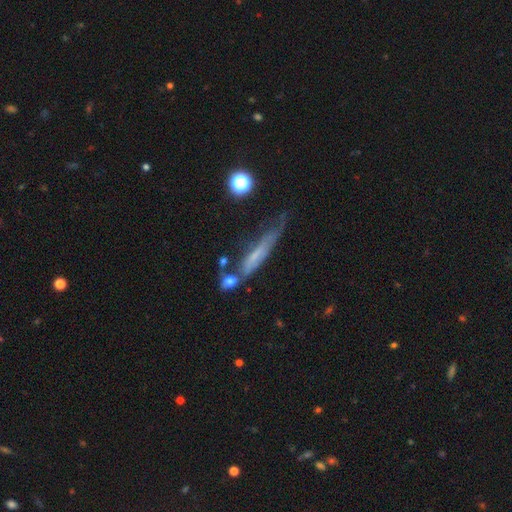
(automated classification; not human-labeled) The model was most divided on "smooth or featured": featured or disk: 47%, smooth: 42%, star or artifact: 11%. Remaining: merging — none (37%).